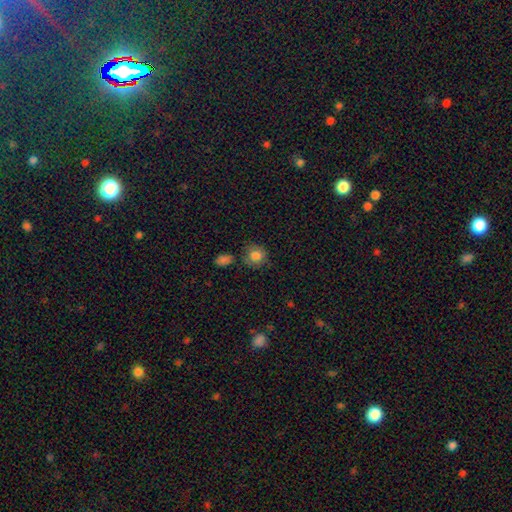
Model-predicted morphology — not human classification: This appears to be a smooth galaxy with no disk features (82%) that is round (82%). Merging: none (71%).